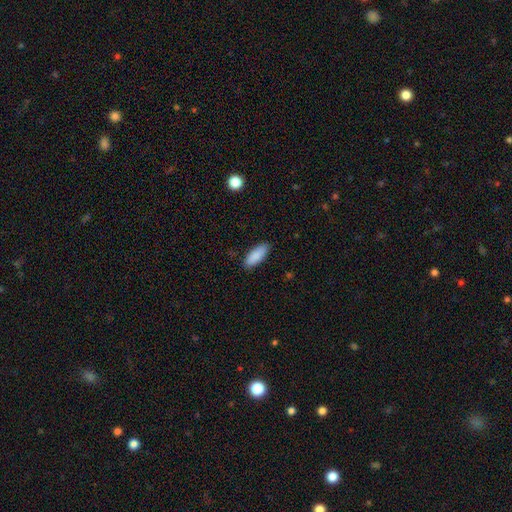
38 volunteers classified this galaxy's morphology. smooth_or_featured: smooth (p=0.84) [alt: featured or disk p=0.13]
how_rounded: in between (p=0.81) [alt: cigar-shaped p=0.19]
merging: none (p=0.84) [alt: minor disturbance p=0.08]